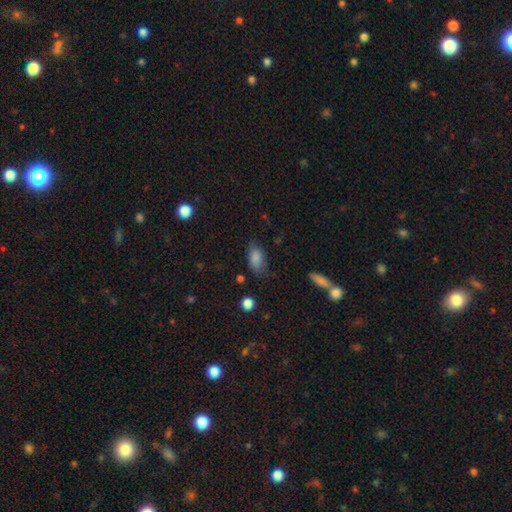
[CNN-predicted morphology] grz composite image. It shows a smooth galaxy with no disk features (82%) that is in between round and cigar-shaped (90%). Merging: none (62%).